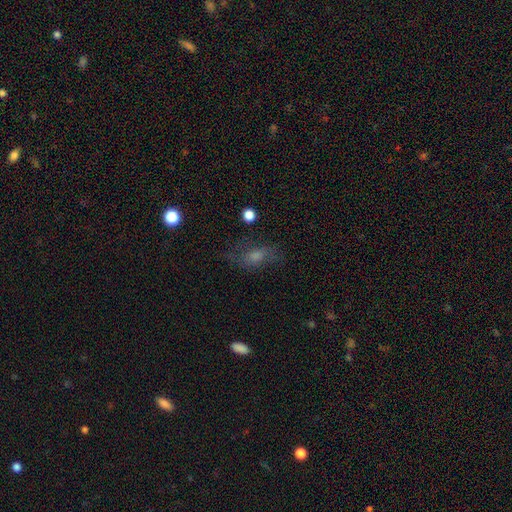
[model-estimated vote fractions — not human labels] The model was most divided on "smooth or featured": smooth: 41%, featured or disk: 38%, star or artifact: 21%. More confident: merging — none (66%).